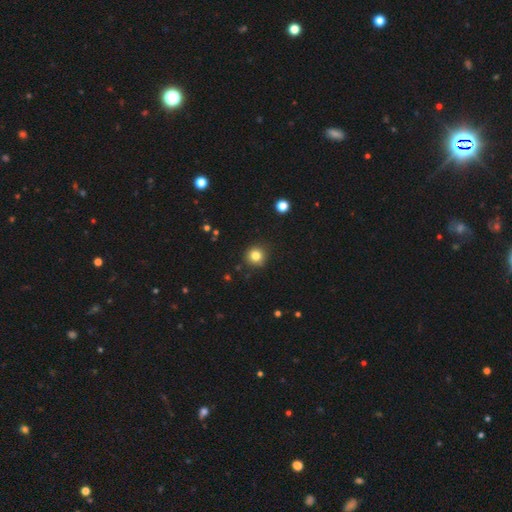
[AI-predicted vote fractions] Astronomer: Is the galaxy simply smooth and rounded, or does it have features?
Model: smooth — 82%.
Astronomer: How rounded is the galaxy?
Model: round — 92%.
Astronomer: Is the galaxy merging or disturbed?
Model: none — 88%.